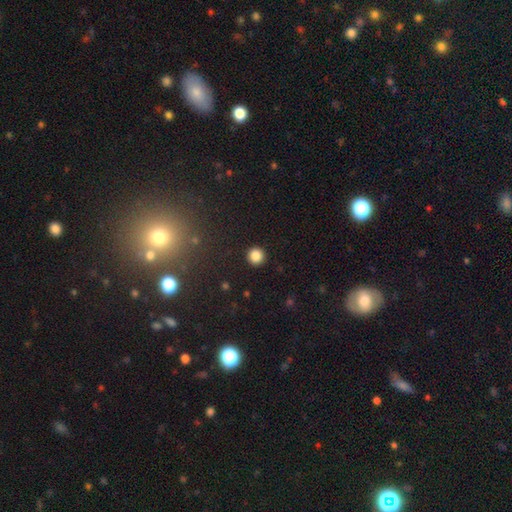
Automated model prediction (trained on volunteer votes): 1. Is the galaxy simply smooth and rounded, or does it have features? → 86% smooth, 11% star or artifact, 3% featured or disk.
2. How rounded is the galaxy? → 95% round, 4% in between, 1% cigar-shaped.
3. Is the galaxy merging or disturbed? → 93% none, 4% minor disturbance, 2% major disturbance, 1% merger.